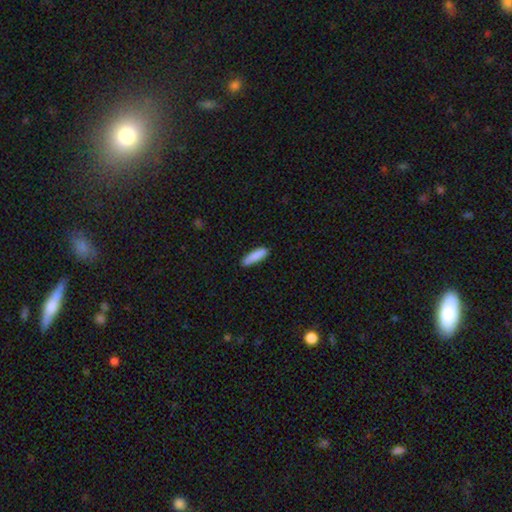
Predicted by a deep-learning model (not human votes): A smooth galaxy with no disk features (88%) that is cigar-shaped (72%).

Vote fractions:
- Smooth or featured? smooth: 88% / star or artifact: 6% / featured or disk: 6%
- How rounded? cigar-shaped: 72% / in between: 27% / round: 1%
- Merging? none: 84% / minor disturbance: 13% / major disturbance: 2% / merger: 1%